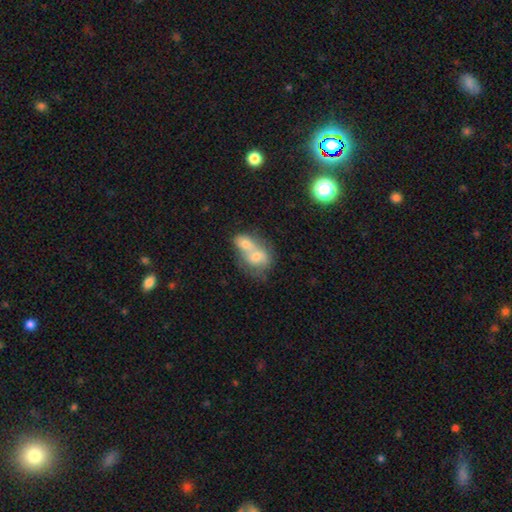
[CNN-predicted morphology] This is possibly a smooth galaxy (58%). How rounded: possibly in between (58%). Merging: likely merger (75%).